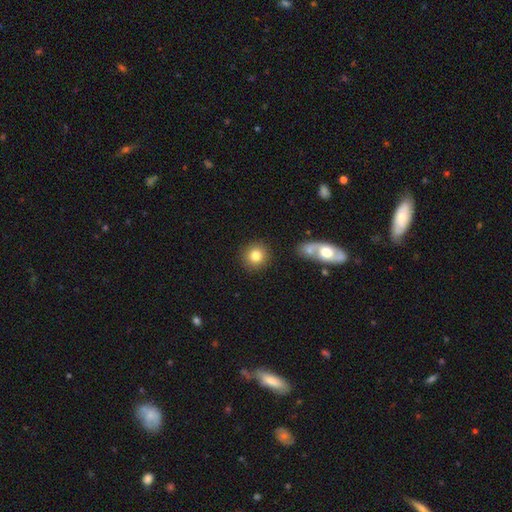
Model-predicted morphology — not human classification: smooth-or-featured: smooth: 82% | star or artifact: 10% | featured or disk: 8%
  how-rounded: round: 92% | in between: 7% | cigar-shaped: 1%
  merging: none: 87% | minor disturbance: 6% | merger: 5% | major disturbance: 2%